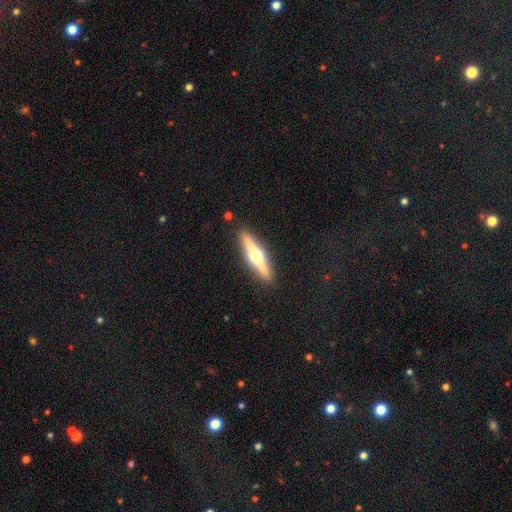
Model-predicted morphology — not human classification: Smooth or featured?
  - featured or disk: 73% *
  - smooth: 22%
  - star or artifact: 5%
Edge-on disk?
  - yes: 97% *
  - no: 3%
Edge-on bulge?
  - rounded: 96% *
  - boxy: 2%
  - none: 2%
Merging?
  - none: 90% *
  - minor disturbance: 7%
  - major disturbance: 2%
  - merger: 1%